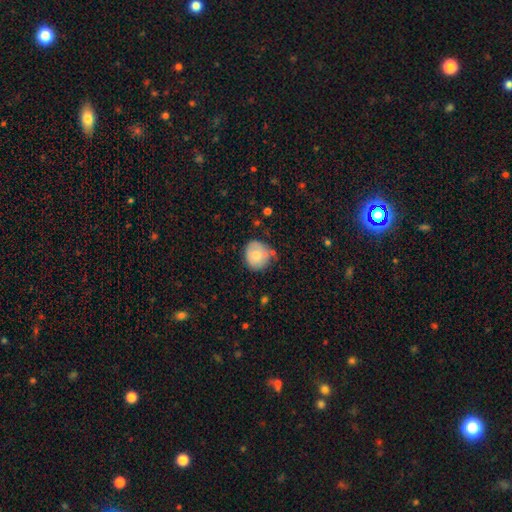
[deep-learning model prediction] smooth 75%, featured or disk 18%, star or artifact 7%. Down the decision tree: how rounded — round (83%); merging — none (68%).